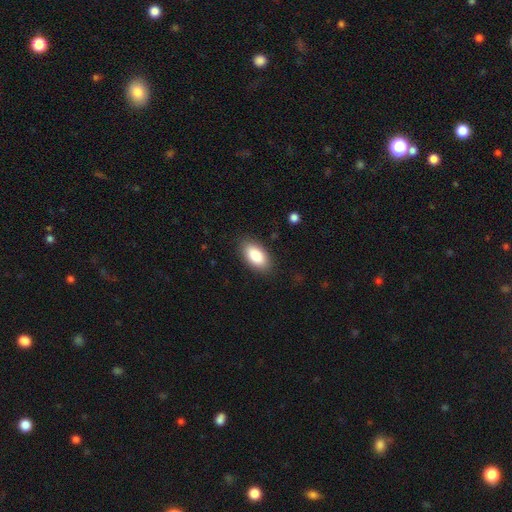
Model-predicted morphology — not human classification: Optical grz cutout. It shows a smooth galaxy with no disk features (88%) that is in between round and cigar-shaped (94%). Merging: none (86%).